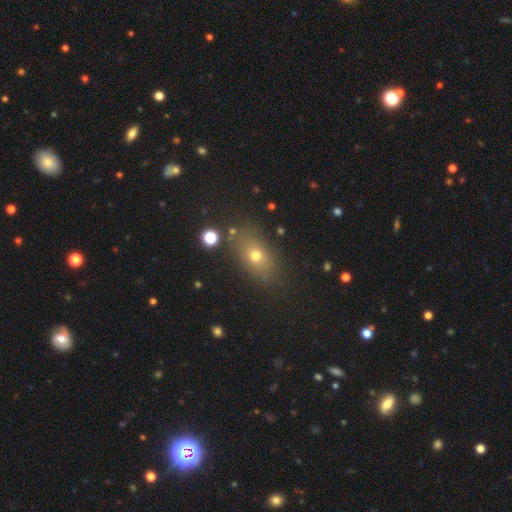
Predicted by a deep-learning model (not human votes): smooth_or_featured: smooth (p=0.65) [alt: star or artifact p=0.18]
how_rounded: in between (p=0.71) [alt: round p=0.24]
merging: none (p=0.80) [alt: minor disturbance p=0.12]